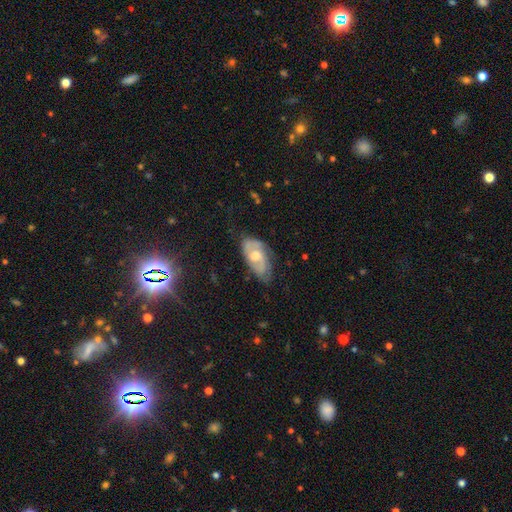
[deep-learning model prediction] Smooth or featured? Predicted: featured or disk (p=0.65). Edge-on disk? Predicted: no (p=0.93). Bar? Predicted: no (p=0.61). Spiral arms? Predicted: yes (p=0.83). Spiral winding? Predicted: medium (p=0.45). Spiral arm count? Predicted: 2 (p=0.63). Bulge size? Predicted: moderate (p=0.62). Merging? Predicted: none (p=0.58).